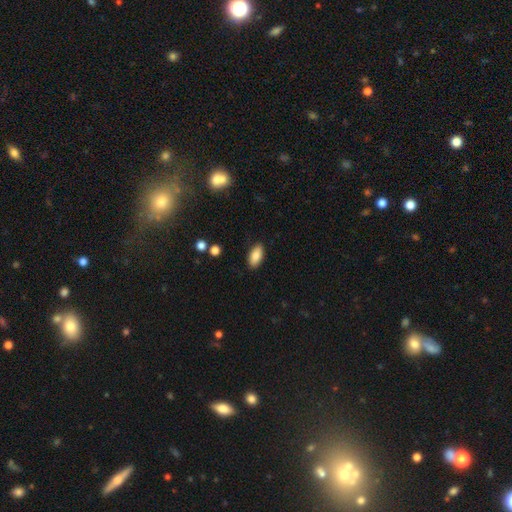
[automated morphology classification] The model was most divided on "smooth or featured": smooth: 84%, featured or disk: 9%, star or artifact: 7%. More confident: how rounded — in between (91%); merging — none (88%).